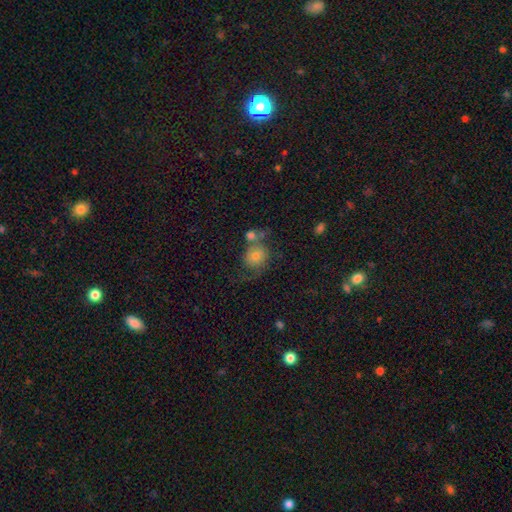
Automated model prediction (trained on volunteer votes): smooth_or_featured: featured or disk (p=0.47) [alt: smooth p=0.41]
merging: none (p=0.46) [alt: merger p=0.20]